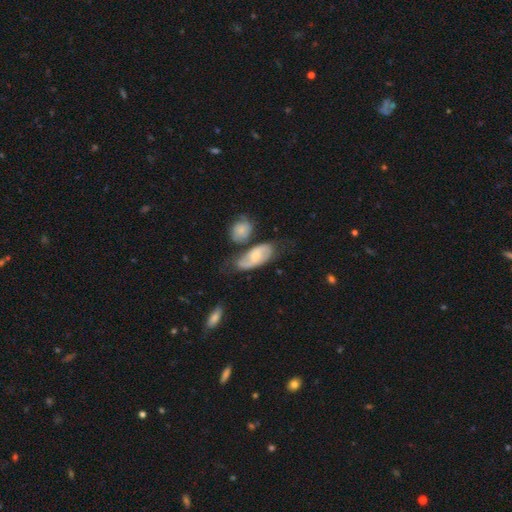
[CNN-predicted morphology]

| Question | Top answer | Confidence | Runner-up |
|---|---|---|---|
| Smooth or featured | featured or disk | 58% | smooth (36%) |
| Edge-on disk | no | 92% | yes (8%) |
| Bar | no | 56% | weak (34%) |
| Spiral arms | yes | 80% | no (20%) |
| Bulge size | small | 49% | moderate (46%) |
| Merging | none | 48% | merger (22%) |